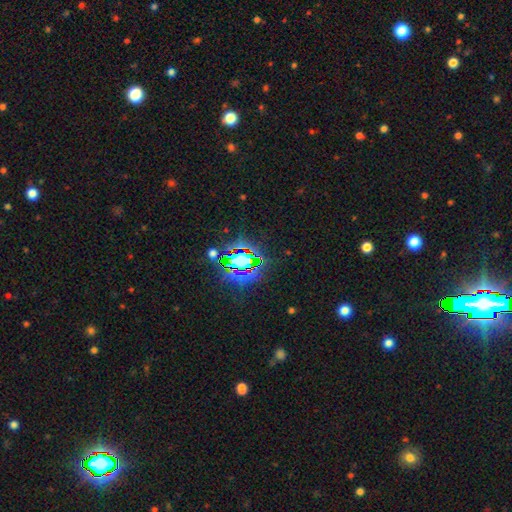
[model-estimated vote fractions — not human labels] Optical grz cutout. It shows a star or artifact, not a galaxy (82%).